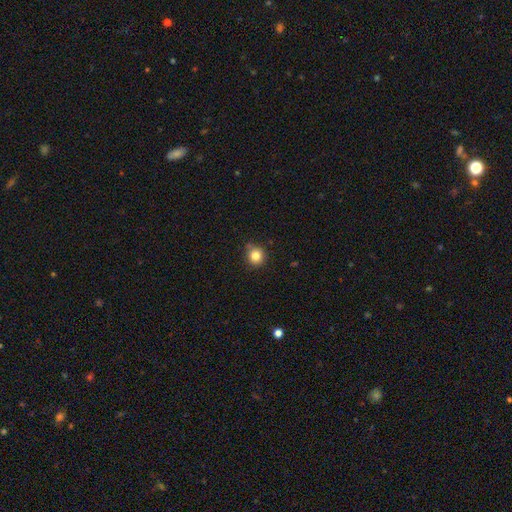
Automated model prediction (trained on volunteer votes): Smooth or featured?
  - smooth: 83% *
  - star or artifact: 11%
  - featured or disk: 6%
How rounded?
  - round: 89% *
  - in between: 10%
  - cigar-shaped: 1%
Merging?
  - none: 77% *
  - minor disturbance: 17%
  - major disturbance: 3%
  - merger: 3%